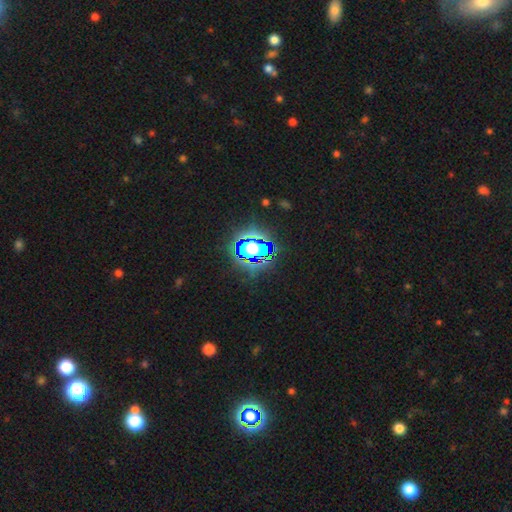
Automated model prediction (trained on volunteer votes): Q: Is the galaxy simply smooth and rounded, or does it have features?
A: star or artifact — 78%.